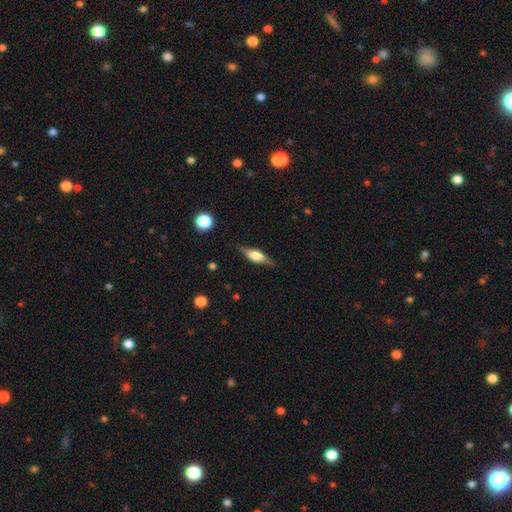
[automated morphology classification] A featured or disk galaxy (59%) viewed edge-on (94%) with a rounded central bulge (83%).

Vote fractions:
- Smooth or featured? featured or disk: 59% / smooth: 34% / star or artifact: 7%
- Edge-on disk? yes: 94% / no: 6%
- Edge-on bulge? rounded: 83% / boxy: 15% / none: 2%
- Merging? none: 82% / minor disturbance: 13% / major disturbance: 3% / merger: 1%